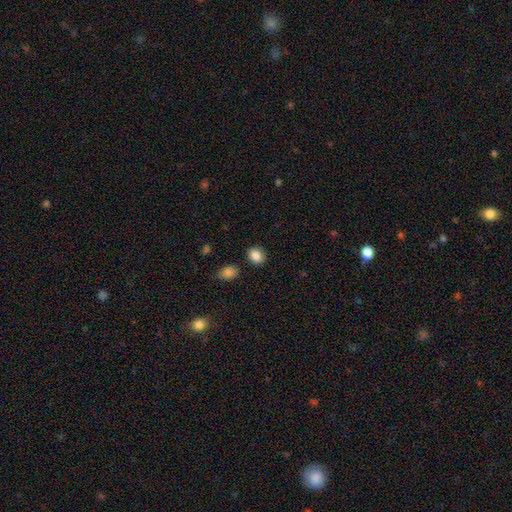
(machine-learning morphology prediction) This is clearly a smooth galaxy (87%). How rounded: possibly round (56%). Merging: clearly none (85%).